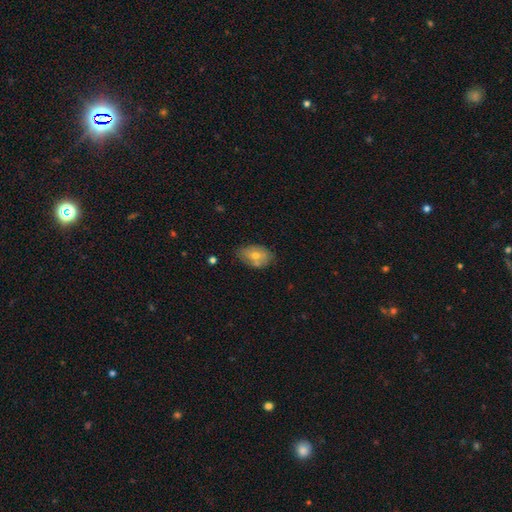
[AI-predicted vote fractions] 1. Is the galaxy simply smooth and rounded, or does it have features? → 60% smooth, 31% featured or disk, 9% star or artifact.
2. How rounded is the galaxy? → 84% in between, 14% round, 2% cigar-shaped.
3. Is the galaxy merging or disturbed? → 65% none, 22% minor disturbance, 9% merger, 4% major disturbance.